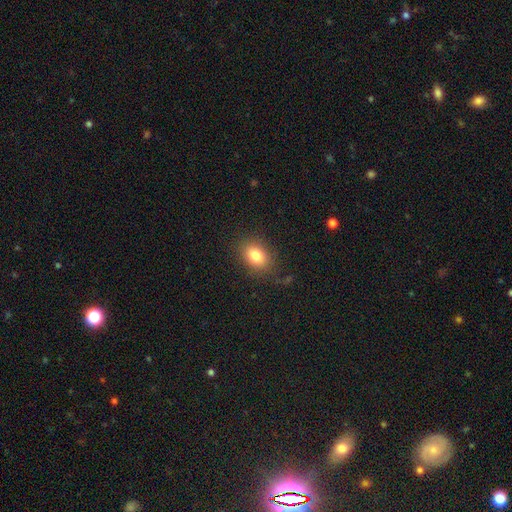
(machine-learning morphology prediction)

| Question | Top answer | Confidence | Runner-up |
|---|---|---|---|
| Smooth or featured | smooth | 82% | star or artifact (10%) |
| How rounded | in between | 71% | round (28%) |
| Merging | none | 83% | minor disturbance (12%) |